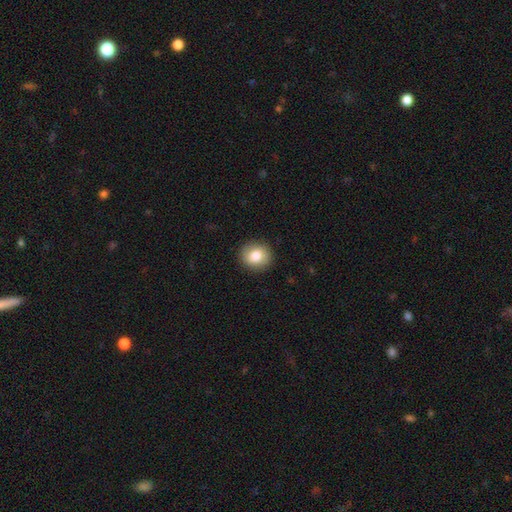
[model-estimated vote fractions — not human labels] Smooth or featured: smooth — 81% (featured or disk — 10%)
How rounded: round — 85% (in between — 14%)
Merging: none — 90% (minor disturbance — 7%)